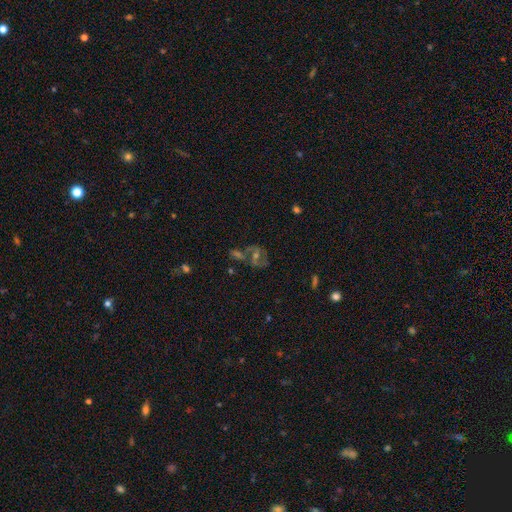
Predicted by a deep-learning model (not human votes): Morphology: type=featured or disk (64%); edge-on=no (96%); bar=no (44%); spiral arms=yes (78%); bulge=moderate (55%); merging=none (53%).